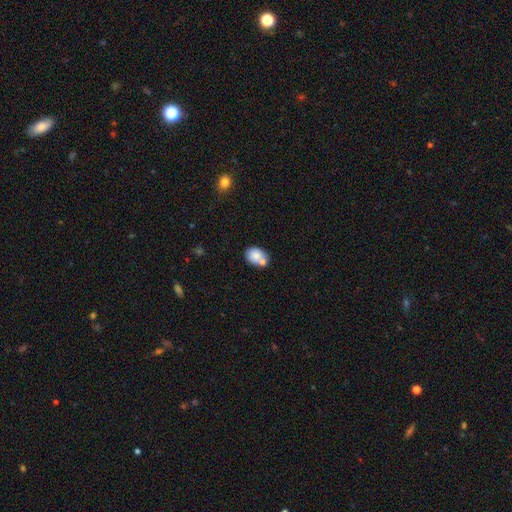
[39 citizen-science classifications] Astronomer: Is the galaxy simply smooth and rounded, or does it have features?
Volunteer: smooth — 85%.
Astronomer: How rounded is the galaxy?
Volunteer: in between — 76%.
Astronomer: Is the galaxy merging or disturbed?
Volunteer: none — 57%.